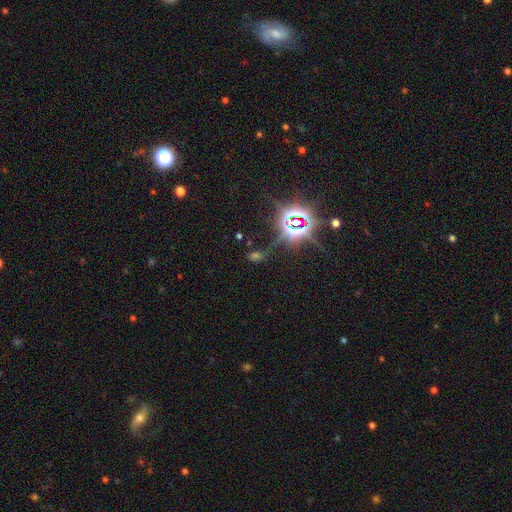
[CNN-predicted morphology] smooth_or_featured: star or artifact (p=0.68) [alt: smooth p=0.20]